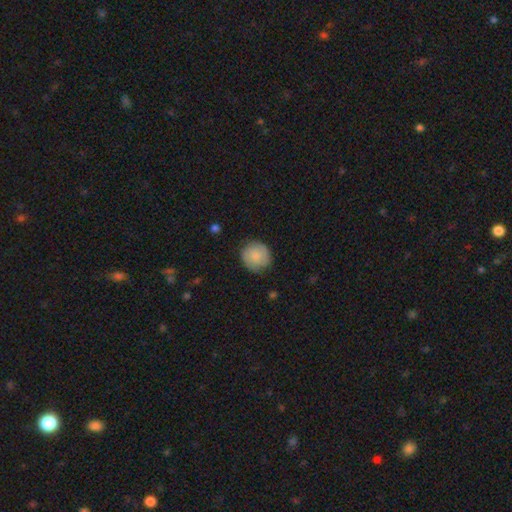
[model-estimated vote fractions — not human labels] The model was most divided on "smooth or featured": smooth: 72%, featured or disk: 21%, star or artifact: 7%. More confident: how rounded — round (86%); merging — none (82%).